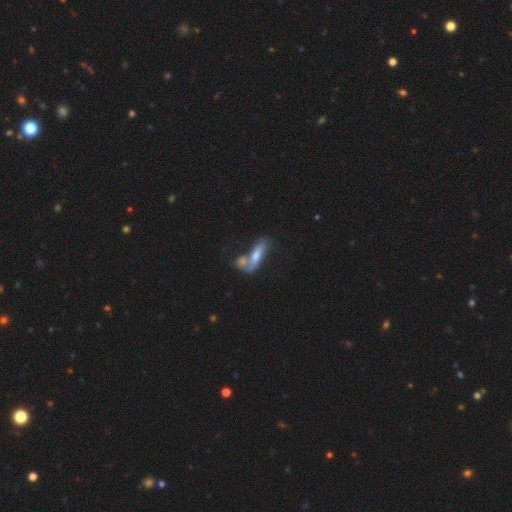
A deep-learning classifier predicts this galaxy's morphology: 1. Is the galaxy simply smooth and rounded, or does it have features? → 52% smooth, 39% featured or disk, 9% star or artifact.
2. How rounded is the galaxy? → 50% in between, 46% cigar-shaped, 3% round.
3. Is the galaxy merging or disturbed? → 44% merger, 31% none, 15% minor disturbance, 11% major disturbance.